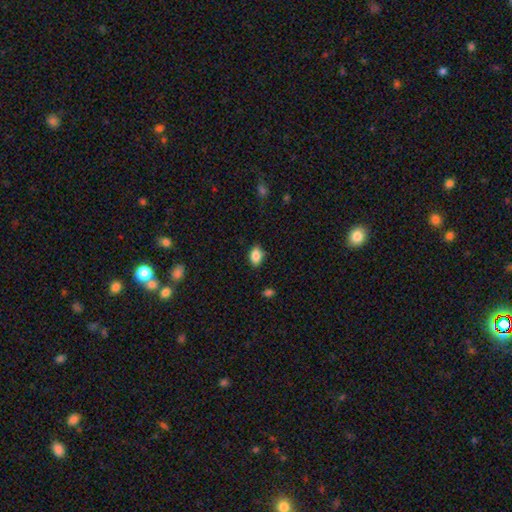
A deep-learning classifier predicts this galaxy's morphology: A smooth galaxy with no disk features (86%) that is in between round and cigar-shaped (85%). Merging: none (84%).